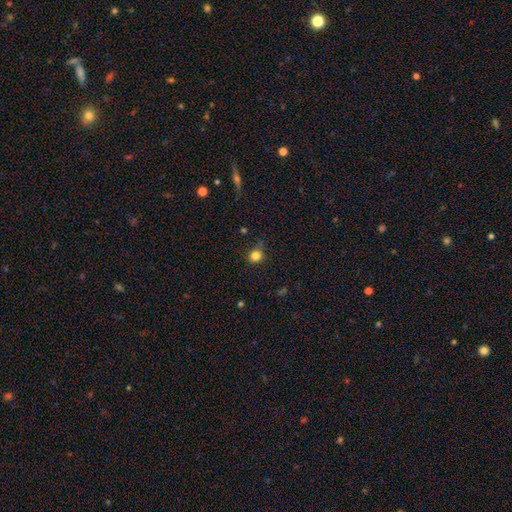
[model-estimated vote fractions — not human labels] smooth-or-featured: smooth: 81% | star or artifact: 14% | featured or disk: 5%
  how-rounded: round: 88% | in between: 11% | cigar-shaped: 1%
  merging: none: 72% | minor disturbance: 20% | major disturbance: 6% | merger: 2%